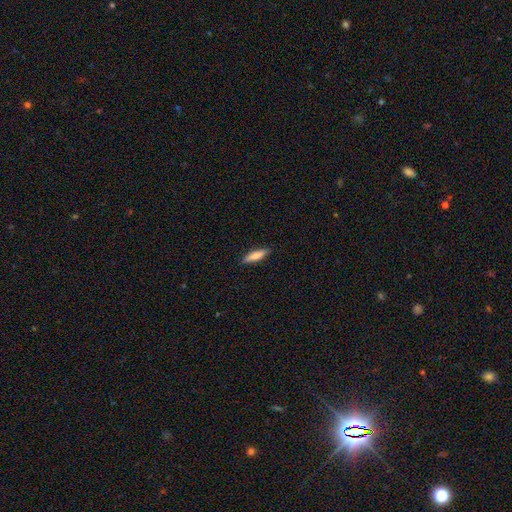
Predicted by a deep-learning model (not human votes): Smooth or featured? Predicted: smooth (p=0.73). How rounded? Predicted: cigar-shaped (p=0.74). Merging? Predicted: none (p=0.89).